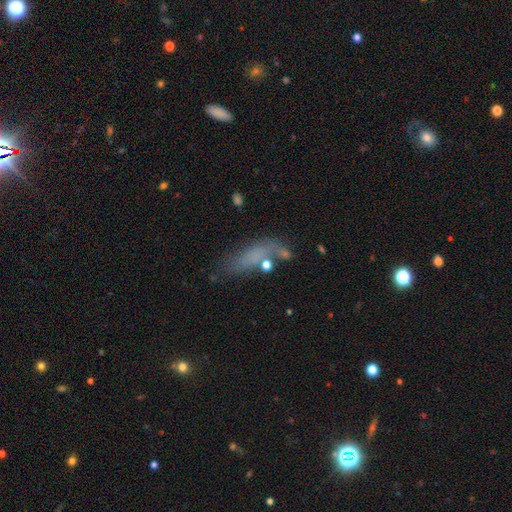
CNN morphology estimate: A smooth galaxy with no disk features (56%) that is in between round and cigar-shaped (54%). Merging: none (47%).